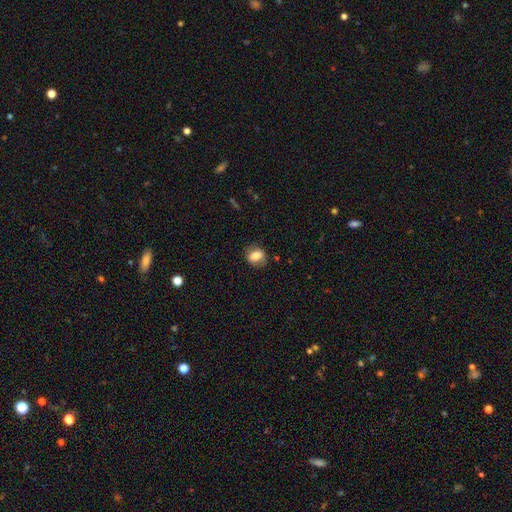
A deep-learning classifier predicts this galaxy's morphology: This appears to be a smooth galaxy with no disk features (74%) that is in between round and cigar-shaped (59%). Merging: none (77%).